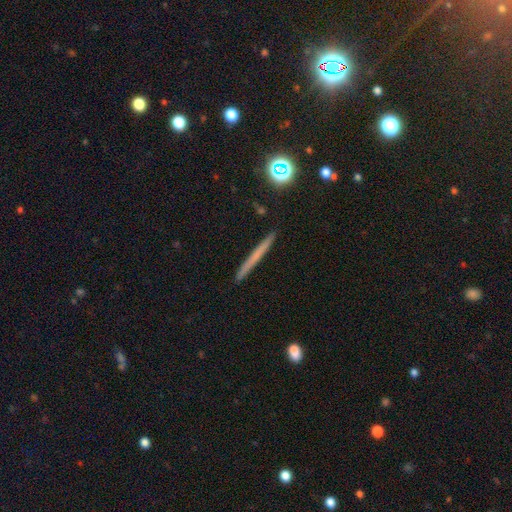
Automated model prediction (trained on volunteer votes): Smooth or featured? Predicted: smooth (p=0.52). How rounded? Predicted: cigar-shaped (p=0.96). Merging? Predicted: none (p=0.92).